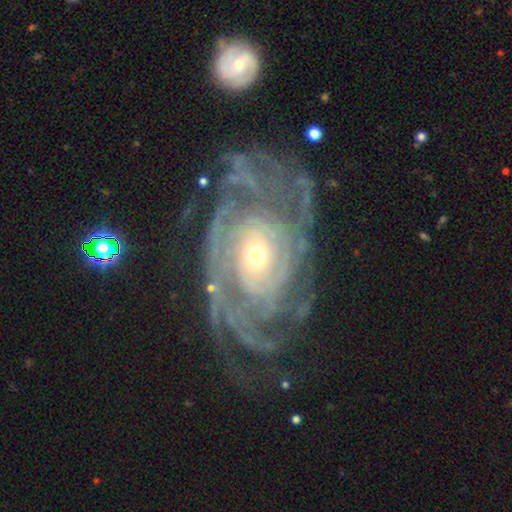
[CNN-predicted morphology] type=featured or disk (89%); edge-on=no (97%); bar=no (75%); spiral arms=yes (95%); winding=tight (68%); arm count=can't tell (26%); bulge=small (54%); merging=none (59%).